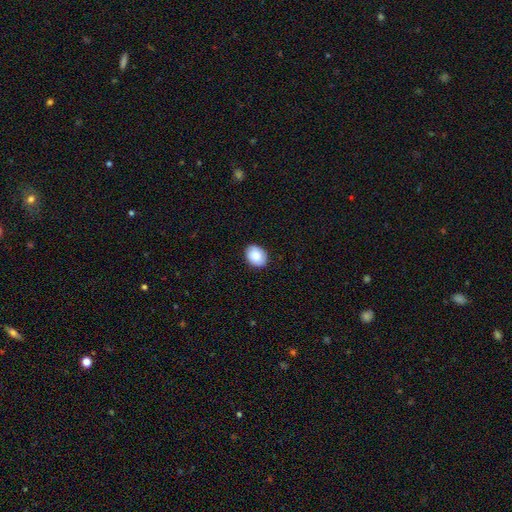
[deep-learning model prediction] Q: Smooth or featured?
A: smooth (85%); runner-up: featured or disk (8%)
Q: How rounded?
A: in between (64%); runner-up: round (35%)
Q: Merging?
A: none (87%); runner-up: minor disturbance (10%)